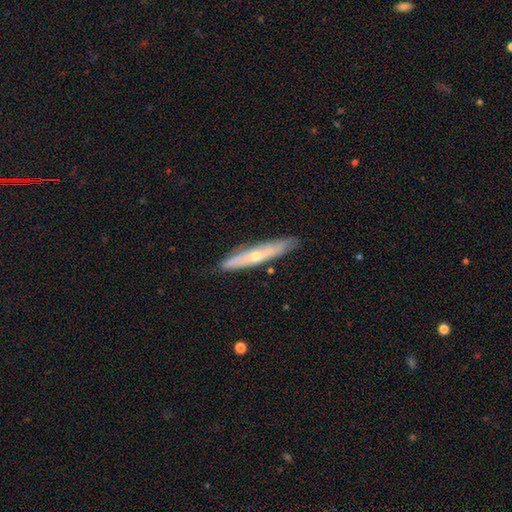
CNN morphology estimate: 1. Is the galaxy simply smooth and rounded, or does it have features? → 56% featured or disk, 38% smooth, 6% star or artifact.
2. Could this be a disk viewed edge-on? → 75% yes, 25% no.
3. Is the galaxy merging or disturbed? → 83% none, 13% minor disturbance, 2% major disturbance, 1% merger.